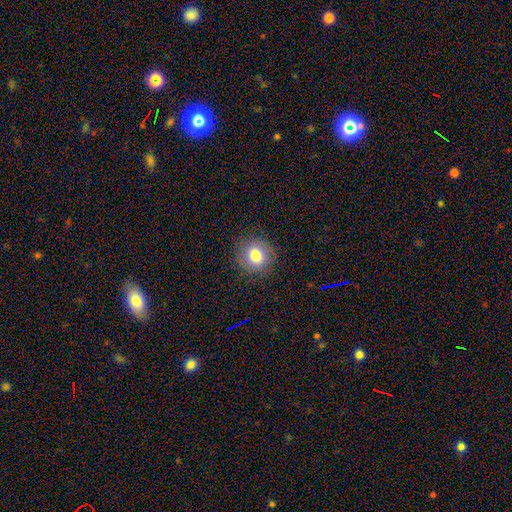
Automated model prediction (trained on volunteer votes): smooth_or_featured: smooth (p=0.78) [alt: star or artifact p=0.11]
how_rounded: round (p=0.89) [alt: in between p=0.10]
merging: none (p=0.88) [alt: minor disturbance p=0.08]